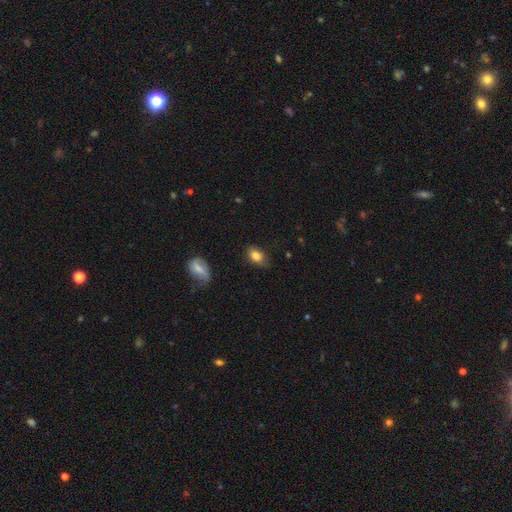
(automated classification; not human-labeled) Smooth or featured? smooth (82%)
How rounded? in between (84%)
Merging? none (76%)